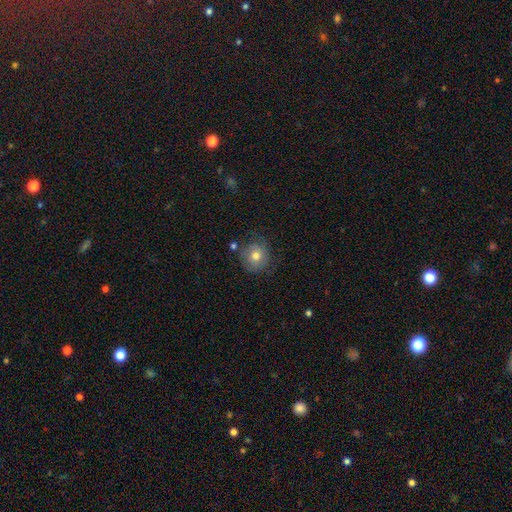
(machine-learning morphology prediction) A smooth galaxy with no disk features (73%) that is round (89%). Merging: none (72%).